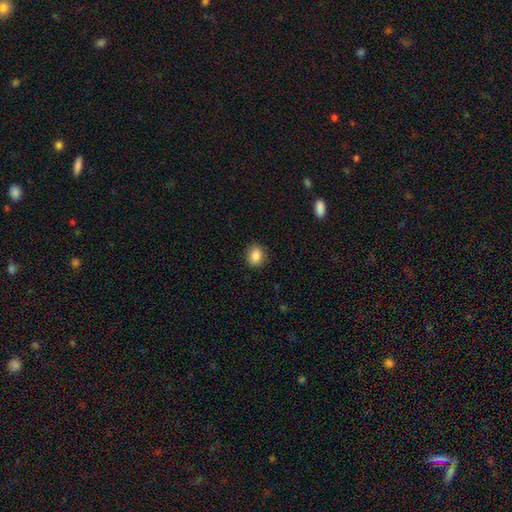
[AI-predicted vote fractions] Q: Smooth or featured?
A: smooth (87%); runner-up: star or artifact (9%)
Q: How rounded?
A: in between (57%); runner-up: round (42%)
Q: Merging?
A: none (88%); runner-up: minor disturbance (9%)